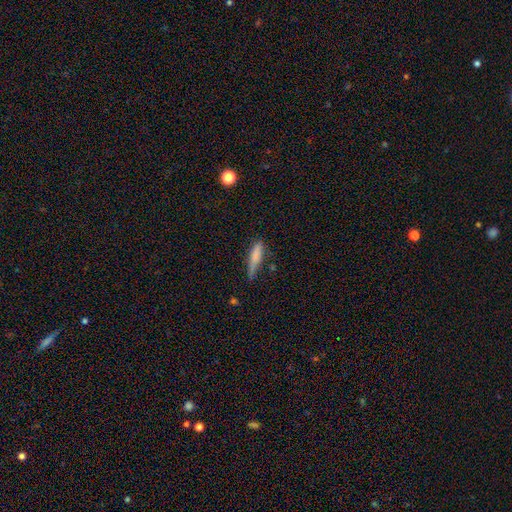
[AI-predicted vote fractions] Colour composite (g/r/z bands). It shows a smooth galaxy with no disk features (73%) that is cigar-shaped (76%). Merging: none (54%).